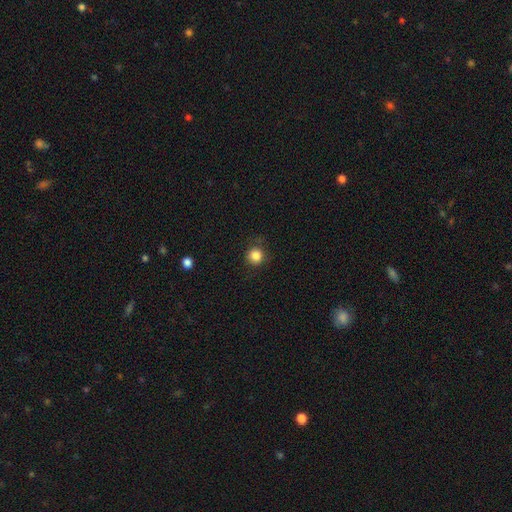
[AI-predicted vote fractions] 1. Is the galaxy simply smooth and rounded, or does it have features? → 85% smooth, 11% star or artifact, 4% featured or disk.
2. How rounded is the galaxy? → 92% round, 7% in between, 1% cigar-shaped.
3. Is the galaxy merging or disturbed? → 83% none, 12% minor disturbance, 4% major disturbance, 1% merger.